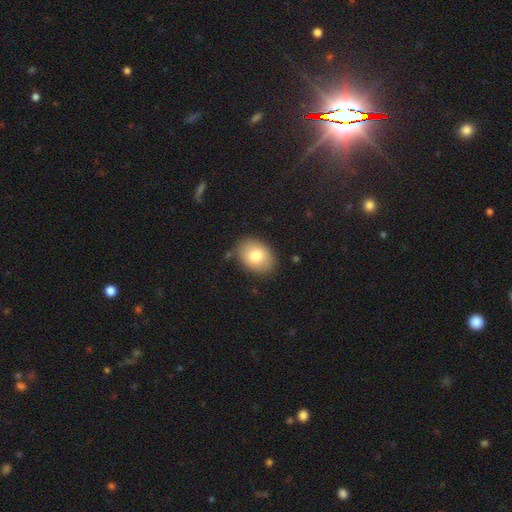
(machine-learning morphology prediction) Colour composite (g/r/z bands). It shows a smooth galaxy with no disk features (79%) that is in between round and cigar-shaped (70%). Merging: none (81%).